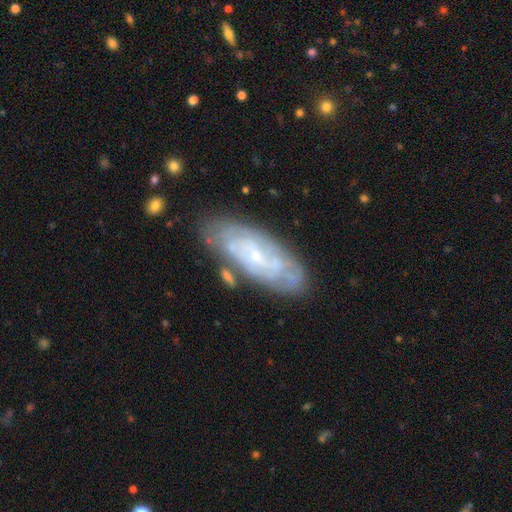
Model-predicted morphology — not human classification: Smooth or featured? featured or disk (72%)
Edge-on disk? no (88%)
Bar? no (57%)
Spiral arms? yes (78%)
Bulge size? small (77%)
Merging? none (73%)